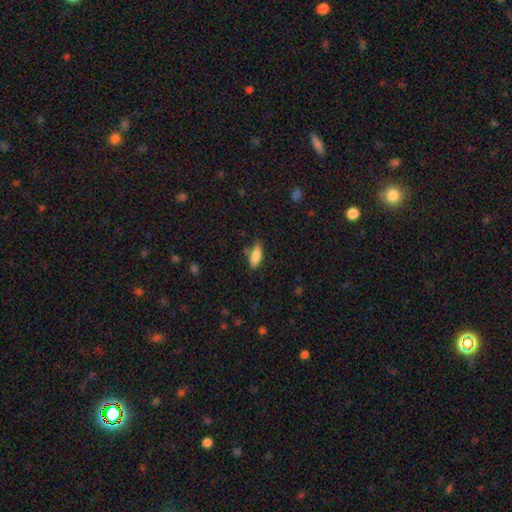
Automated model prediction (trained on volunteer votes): smooth-or-featured: smooth: 82% | featured or disk: 11% | star or artifact: 7%
  how-rounded: in between: 74% | cigar-shaped: 24% | round: 2%
  merging: none: 71% | minor disturbance: 19% | merger: 6% | major disturbance: 4%